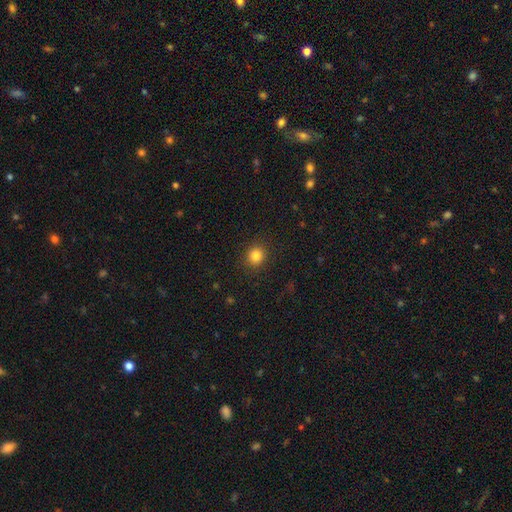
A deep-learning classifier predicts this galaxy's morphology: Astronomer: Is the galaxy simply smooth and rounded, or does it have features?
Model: smooth — 84%.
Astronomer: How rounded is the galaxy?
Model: round — 85%.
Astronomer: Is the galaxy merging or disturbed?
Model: none — 89%.